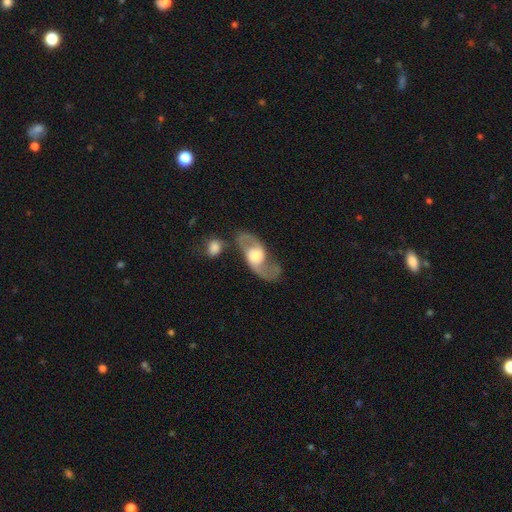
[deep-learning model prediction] Overall: featured or disk (79%). Edge-on disk: no (91%). Bar: no (56%; weak 34%). Spiral arms: yes (88%). Spiral arm count: 2 (90%). Spiral winding: loose (55%; medium 36%). Bulge size: moderate (43%; large 41%). Merging: none (58%).